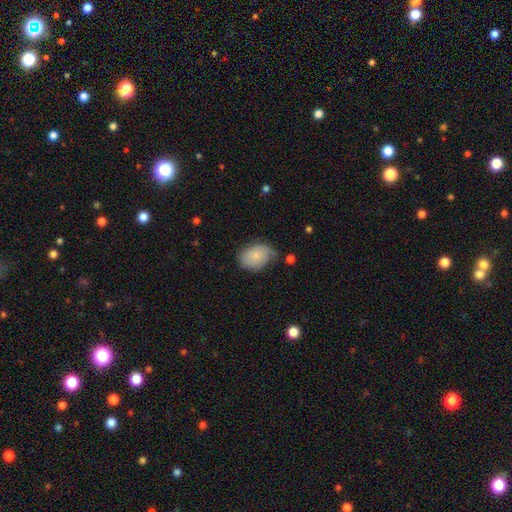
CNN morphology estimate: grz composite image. It shows a smooth galaxy with no disk features (66%) that is in between round and cigar-shaped (74%). Merging: none (49%).